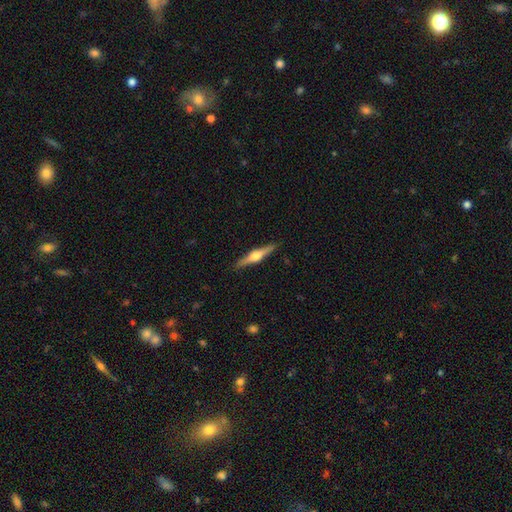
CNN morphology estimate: Smooth or featured: featured or disk — 73% (smooth — 22%)
Edge-on disk: yes — 98% (no — 2%)
Edge-on bulge: rounded — 94% (boxy — 4%)
Merging: none — 91% (minor disturbance — 7%)